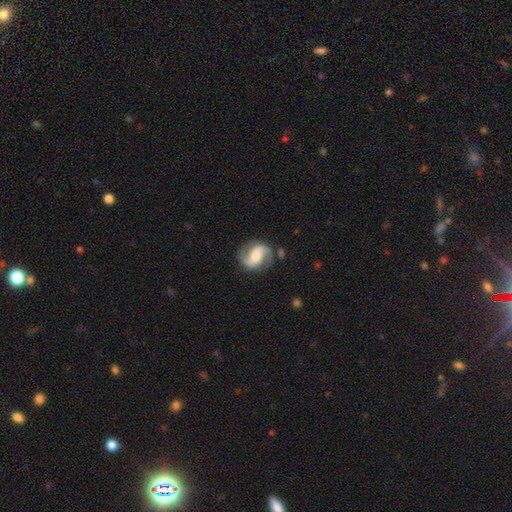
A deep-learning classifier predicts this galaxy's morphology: featured or disk 87%, smooth 8%, star or artifact 5%. Down the decision tree: edge-on disk — no (98%); bar — weak (42%); spiral arms — yes (97%); spiral arm count — 2 (93%); spiral winding — medium (54%); bulge size — moderate (49%); merging — none (81%).